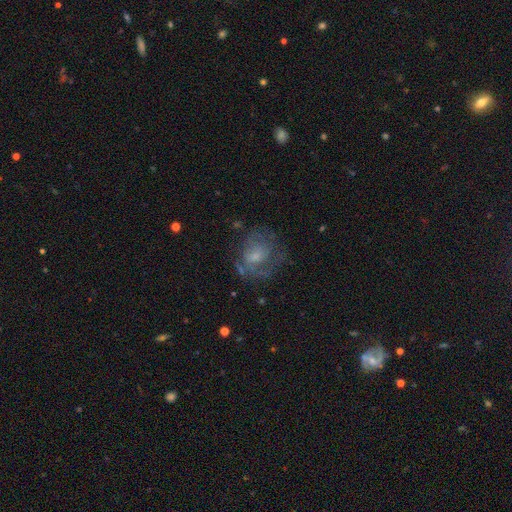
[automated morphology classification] smooth-or-featured: featured or disk: 56% | smooth: 33% | star or artifact: 11%
  disk-edge-on: no: 97% | yes: 3%
    bar: no: 71% | weak: 25% | strong: 4%
    has-spiral-arms: yes: 59% | no: 41%
    bulge-size: small: 44% | moderate: 37% | none: 12% | large: 5% | dominant: 1%
  merging: none: 55% | major disturbance: 22% | minor disturbance: 21% | merger: 3%